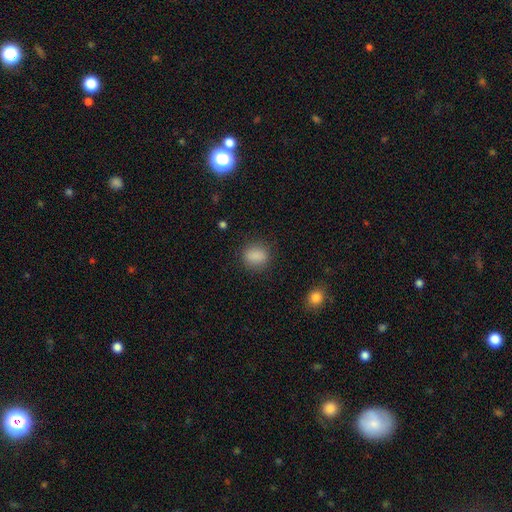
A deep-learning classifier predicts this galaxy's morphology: Q: Smooth or featured?
A: smooth (86%); runner-up: star or artifact (9%)
Q: How rounded?
A: round (56%); runner-up: in between (42%)
Q: Merging?
A: none (83%); runner-up: minor disturbance (11%)